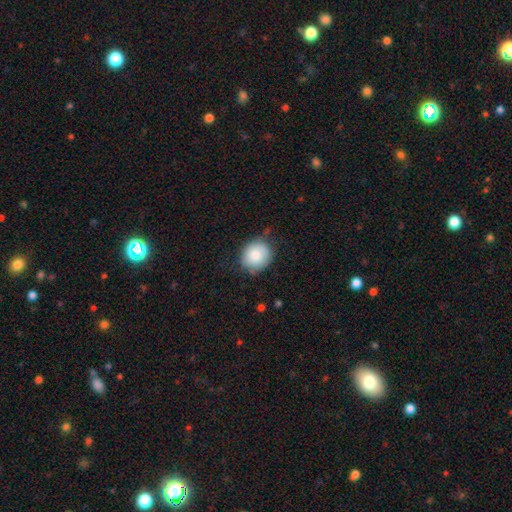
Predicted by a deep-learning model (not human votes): smooth-or-featured: smooth: 83% | featured or disk: 10% | star or artifact: 7%
  how-rounded: round: 77% | in between: 22% | cigar-shaped: 1%
  merging: none: 74% | minor disturbance: 20% | major disturbance: 4% | merger: 2%